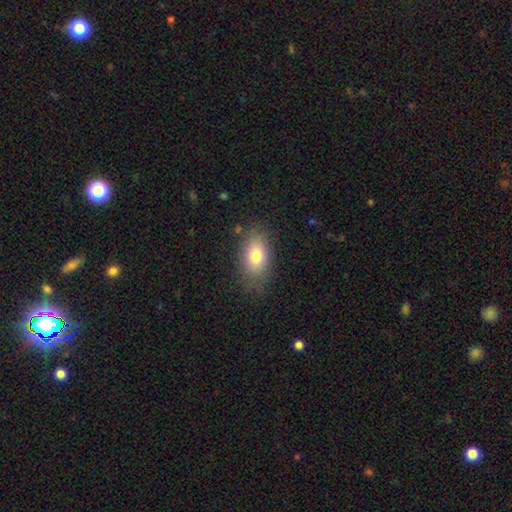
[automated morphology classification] This appears to be a smooth galaxy with no disk features (77%) that is in between round and cigar-shaped (87%). Merging: none (78%).